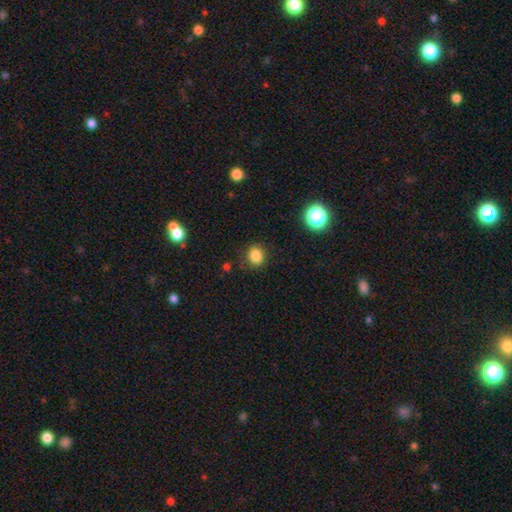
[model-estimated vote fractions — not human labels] A smooth galaxy with no disk features (84%) that is round (67%). Merging: none (86%).